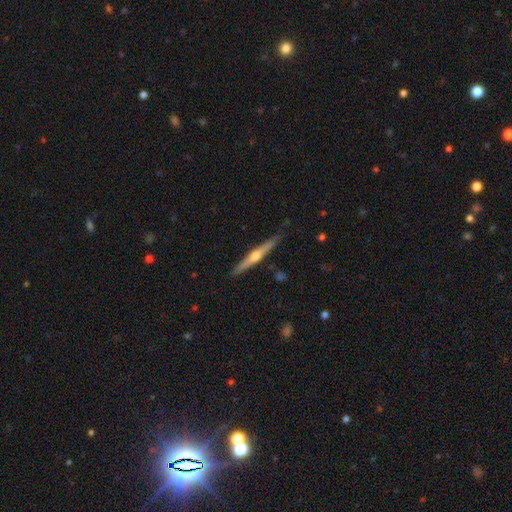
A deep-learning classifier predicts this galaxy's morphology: Smooth or featured? Predicted: featured or disk (p=0.65). Edge-on disk? Predicted: yes (p=0.97). Edge-on bulge? Predicted: rounded (p=0.88). Merging? Predicted: none (p=0.85).